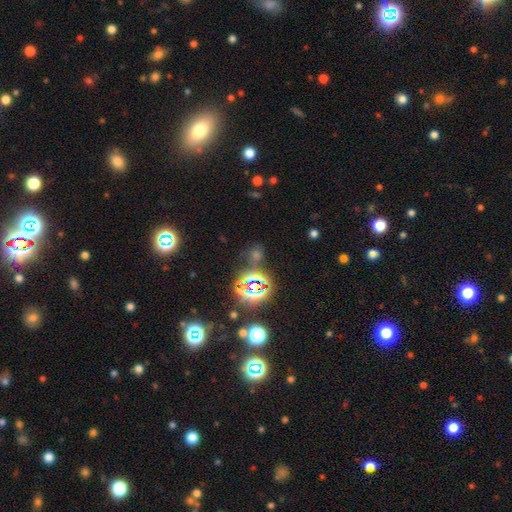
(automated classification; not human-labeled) This appears to be a star or artifact, not a galaxy (69%).